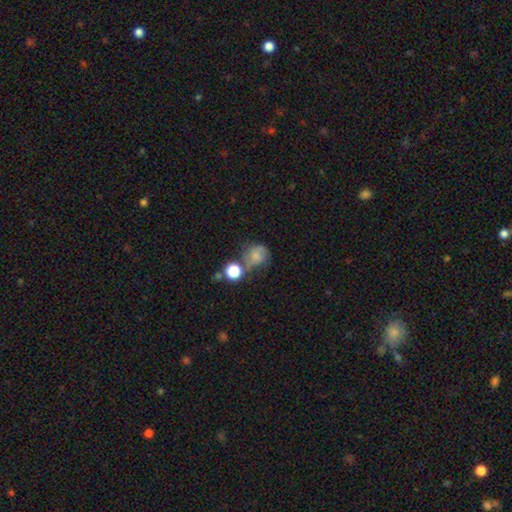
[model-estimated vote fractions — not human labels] Smooth or featured? Predicted: smooth (p=0.62). How rounded? Predicted: round (p=0.75). Merging? Predicted: none (p=0.43).